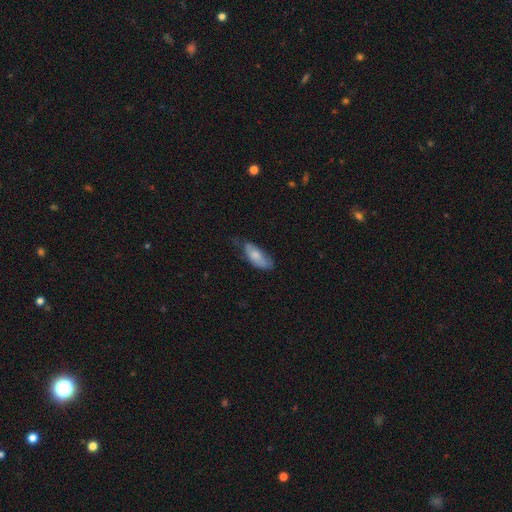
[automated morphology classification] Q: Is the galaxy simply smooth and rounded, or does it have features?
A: smooth — 73%.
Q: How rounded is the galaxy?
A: in between — 82%.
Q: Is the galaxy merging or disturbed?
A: none — 50%.